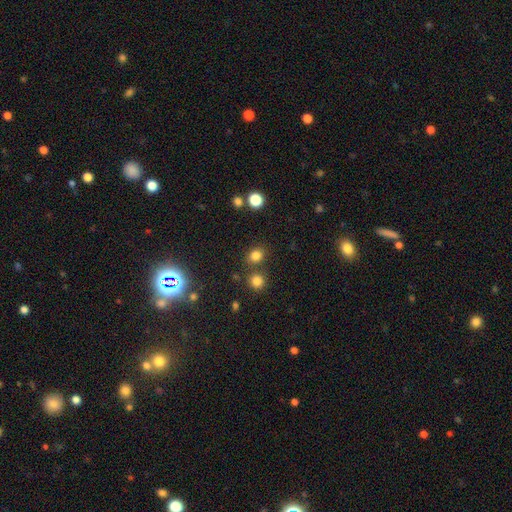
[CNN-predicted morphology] smooth 79%, star or artifact 16%, featured or disk 5%. Down the decision tree: how rounded — round (66%); merging — none (74%).